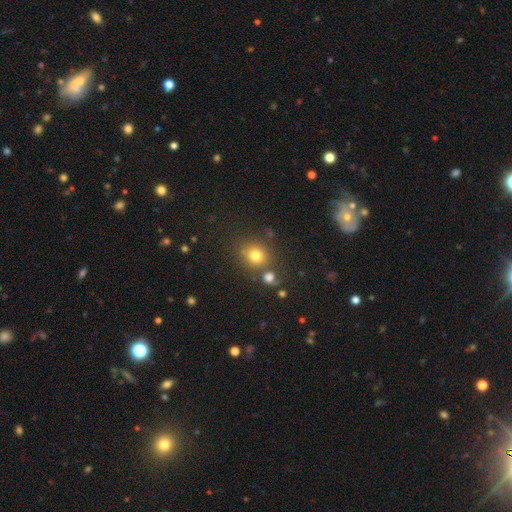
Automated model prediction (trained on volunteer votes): The model was most divided on "merging": none: 72%, merger: 13%, minor disturbance: 10%, major disturbance: 4%. More confident: how rounded — round (84%); smooth or featured — smooth (76%).